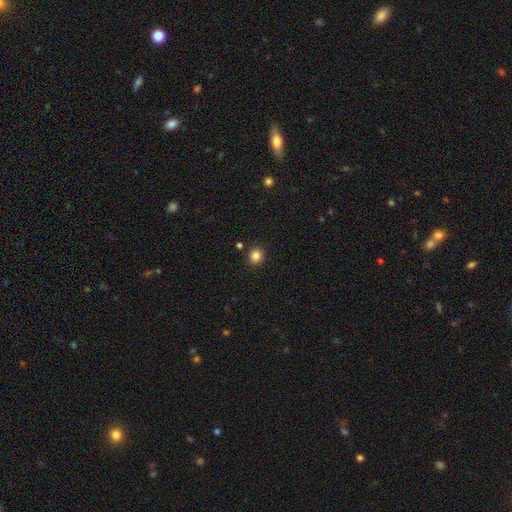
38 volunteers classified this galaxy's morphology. Volunteers were most divided on "merging": none: 81%, minor disturbance: 8%, major disturbance: 6%, merger: 6%. More confident: smooth or featured — smooth (92%); how rounded — round (91%).